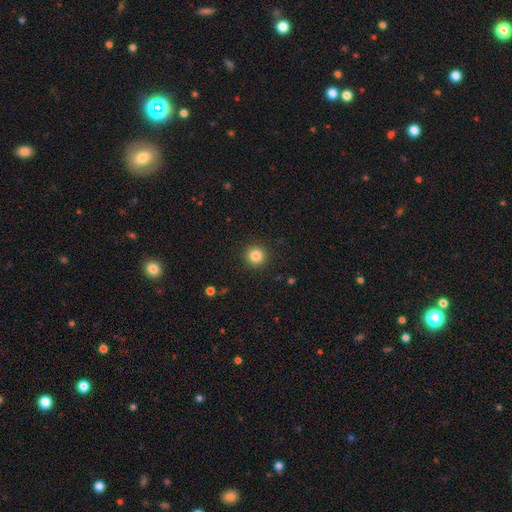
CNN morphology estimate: This is clearly a smooth galaxy (84%). How rounded: clearly round (95%). Merging: clearly none (92%).